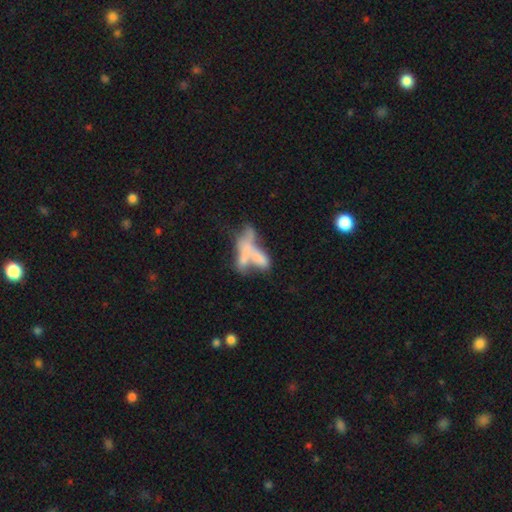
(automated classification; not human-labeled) A smooth galaxy with no disk features (50%) that is in between round and cigar-shaped (54%).

Vote fractions:
- Smooth or featured? smooth: 50% / featured or disk: 37% / star or artifact: 13%
- How rounded? in between: 54% / cigar-shaped: 39% / round: 7%
- Merging? merger: 61% / none: 19% / major disturbance: 12% / minor disturbance: 9%